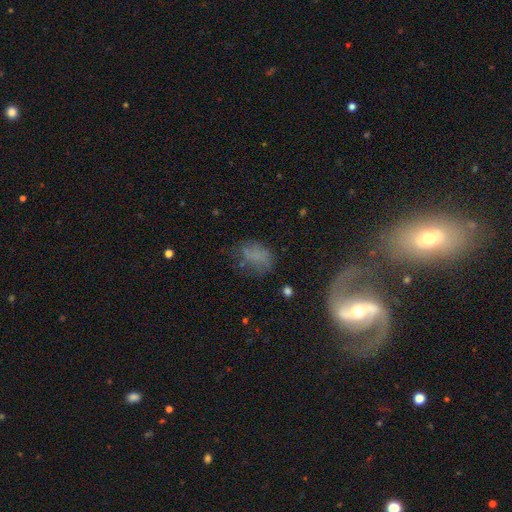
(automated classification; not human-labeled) Morphology: type=smooth (56%); roundness=in between (80%); merging=none (42%).